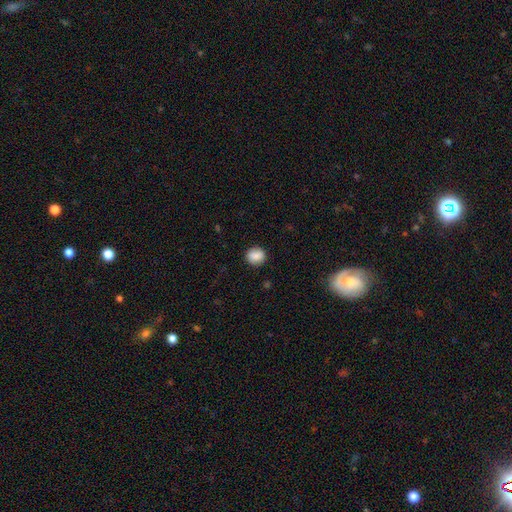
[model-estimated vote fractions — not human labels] The model was most divided on "how rounded": round: 77%, in between: 22%, cigar-shaped: 1%. More confident: merging — none (88%); smooth or featured — smooth (86%).